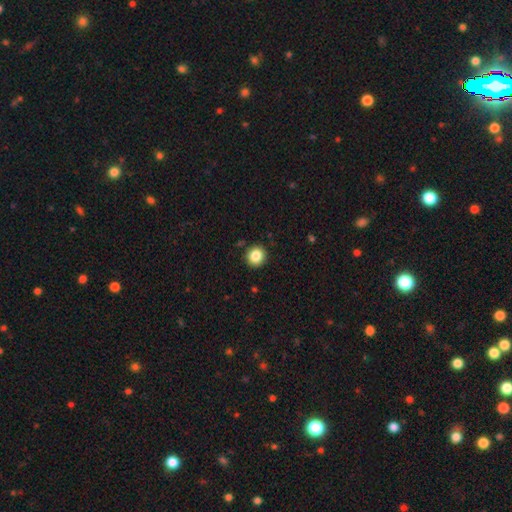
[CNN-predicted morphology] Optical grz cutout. It shows a smooth galaxy with no disk features (86%) that is round (88%). Merging: none (90%).